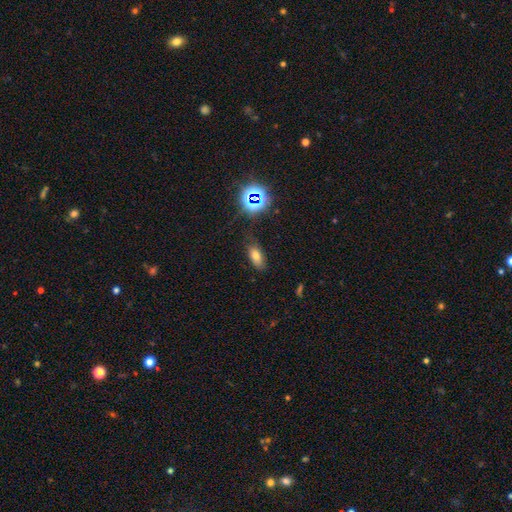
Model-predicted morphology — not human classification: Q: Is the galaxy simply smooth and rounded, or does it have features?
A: smooth — 69%.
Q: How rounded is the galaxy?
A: in between — 83%.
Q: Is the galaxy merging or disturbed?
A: none — 73%.